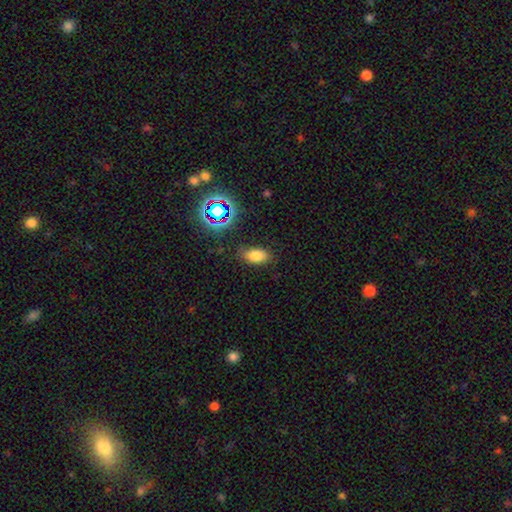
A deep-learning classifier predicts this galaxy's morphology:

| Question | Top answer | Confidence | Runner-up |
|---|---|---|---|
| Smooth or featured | smooth | 75% | star or artifact (17%) |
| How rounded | in between | 89% | round (7%) |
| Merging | none | 82% | minor disturbance (12%) |